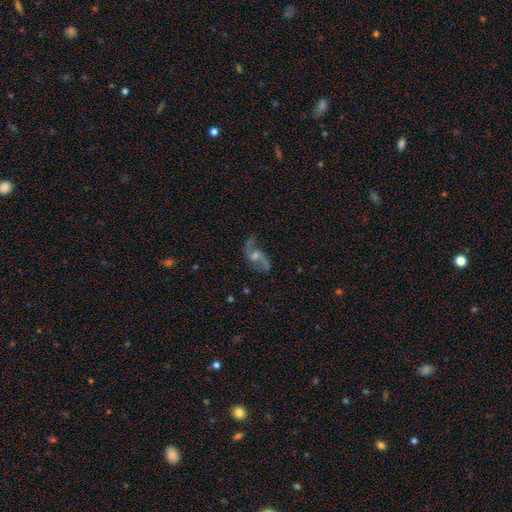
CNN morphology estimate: smooth_or_featured: featured or disk (p=0.82) [alt: star or artifact p=0.10]
disk_edge_on: no (p=0.96) [alt: yes p=0.04]
bar: no (p=0.53) [alt: weak p=0.38]
has_spiral_arms: yes (p=0.94) [alt: no p=0.06]
spiral_winding: loose (p=0.70) [alt: medium p=0.25]
spiral_arm_count: 2 (p=0.91) [alt: 1 p=0.03]
bulge_size: moderate (p=0.46) [alt: small p=0.37]
merging: none (p=0.70) [alt: minor disturbance p=0.16]